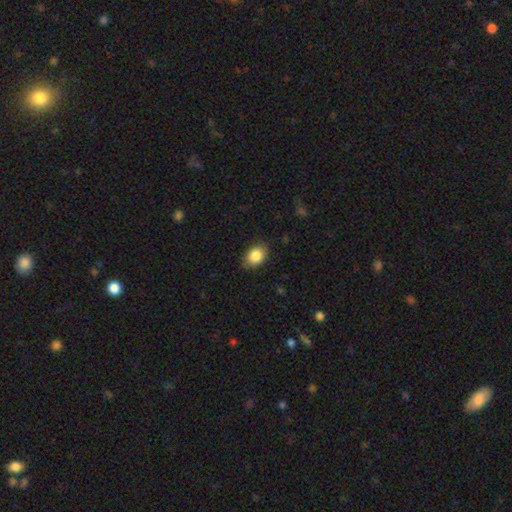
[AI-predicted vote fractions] Smooth or featured? Predicted: smooth (p=0.86). How rounded? Predicted: in between (p=0.79). Merging? Predicted: none (p=0.82).